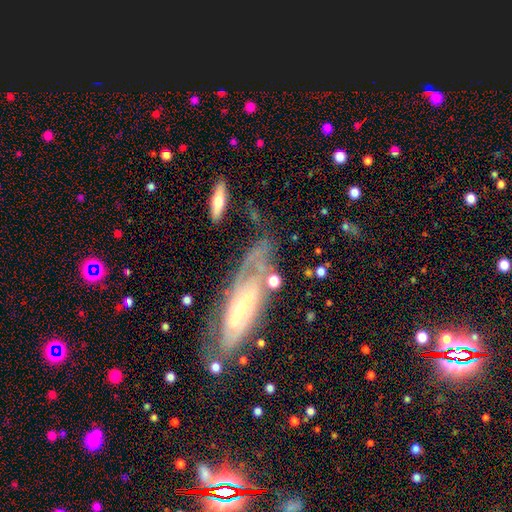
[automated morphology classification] Q: Smooth or featured?
A: featured or disk (59%); runner-up: smooth (31%)
Q: Edge-on disk?
A: no (78%); runner-up: yes (22%)
Q: Merging?
A: none (45%); runner-up: major disturbance (21%)